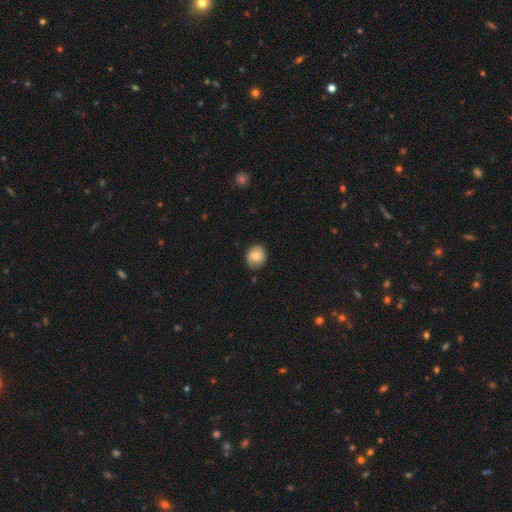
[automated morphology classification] This is likely a smooth galaxy (69%). How rounded: likely round (73%). Merging: clearly none (80%).